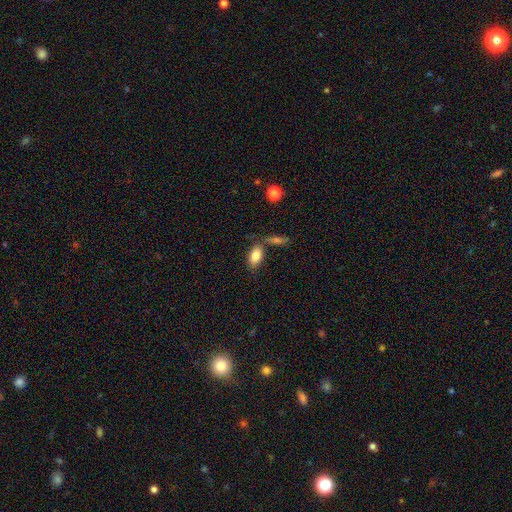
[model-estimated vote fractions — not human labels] A smooth galaxy with no disk features (82%) that is in between round and cigar-shaped (89%). Merging: none (63%).